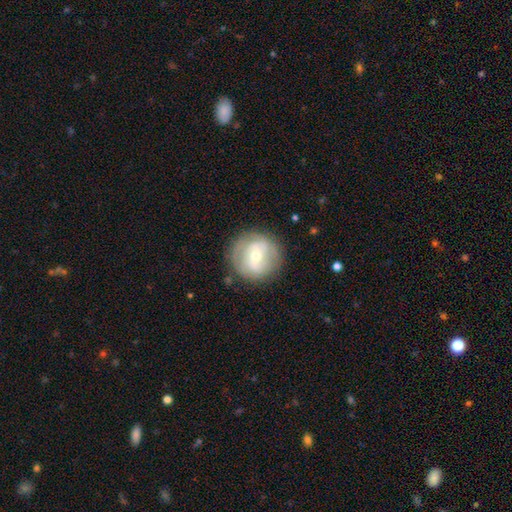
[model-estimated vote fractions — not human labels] Morphology: type=featured or disk (58%); edge-on=no (96%); bar=weak (45%); spiral arms=yes (70%); bulge=moderate (52%); merging=none (81%).